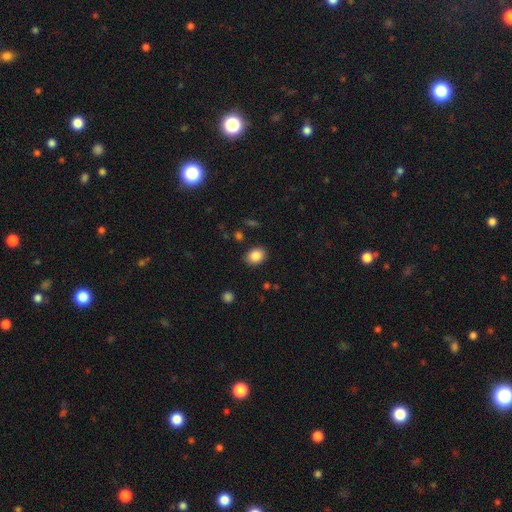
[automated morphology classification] Smooth or featured: smooth — 86% (star or artifact — 9%)
How rounded: in between — 64% (round — 35%)
Merging: none — 86% (minor disturbance — 10%)